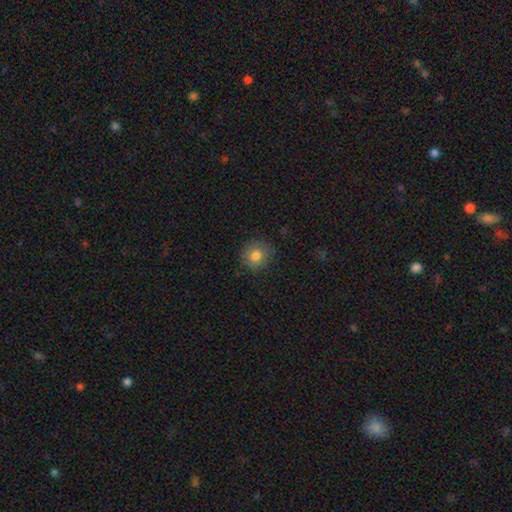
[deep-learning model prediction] Q: Smooth or featured?
A: smooth (81%); runner-up: star or artifact (10%)
Q: How rounded?
A: round (86%); runner-up: in between (13%)
Q: Merging?
A: none (86%); runner-up: minor disturbance (10%)